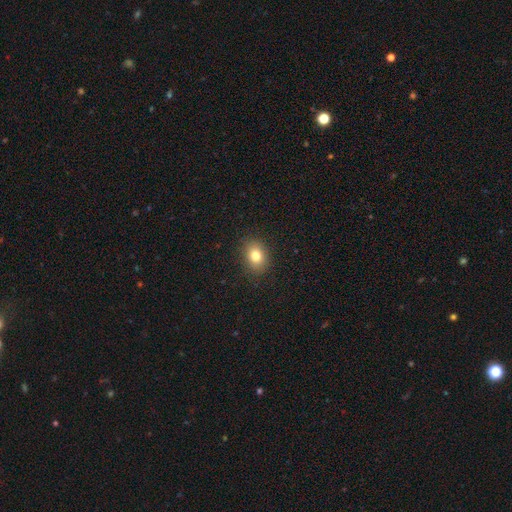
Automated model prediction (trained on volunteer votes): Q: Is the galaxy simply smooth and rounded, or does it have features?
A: smooth — 80%.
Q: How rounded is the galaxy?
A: in between — 60%.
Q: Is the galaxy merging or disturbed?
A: none — 88%.